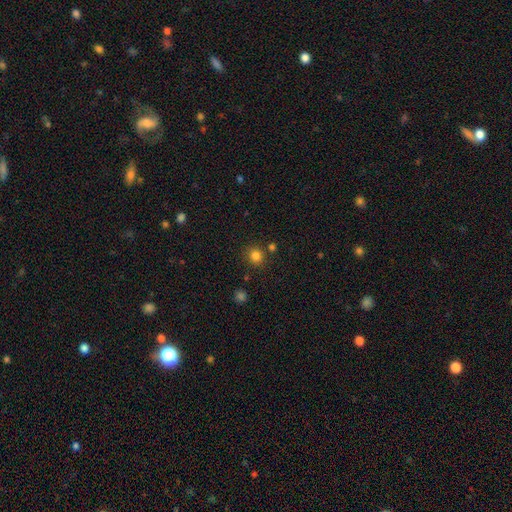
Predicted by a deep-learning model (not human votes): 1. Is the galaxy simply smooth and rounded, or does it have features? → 81% smooth, 14% star or artifact, 5% featured or disk.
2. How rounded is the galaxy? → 90% round, 9% in between, 1% cigar-shaped.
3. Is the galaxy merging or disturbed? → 83% none, 8% minor disturbance, 6% merger, 3% major disturbance.